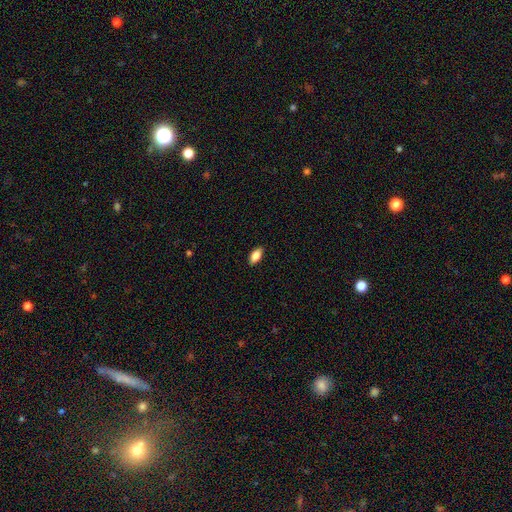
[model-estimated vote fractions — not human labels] smooth_or_featured: smooth (p=0.82) [alt: featured or disk p=0.11]
how_rounded: in between (p=0.89) [alt: cigar-shaped p=0.08]
merging: none (p=0.89) [alt: minor disturbance p=0.08]